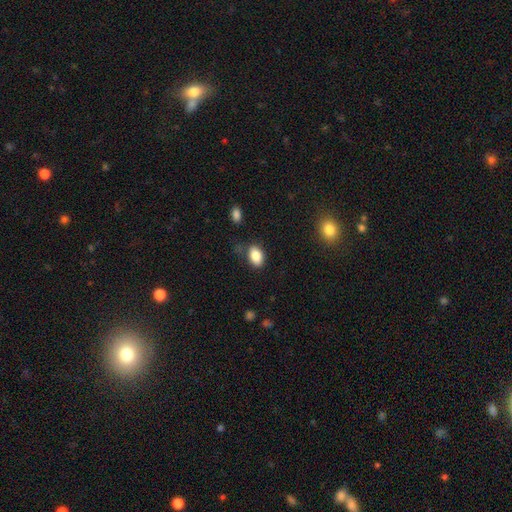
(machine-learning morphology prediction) smooth_or_featured: smooth (p=0.85) [alt: star or artifact p=0.08]
how_rounded: in between (p=0.88) [alt: round p=0.11]
merging: none (p=0.76) [alt: minor disturbance p=0.16]